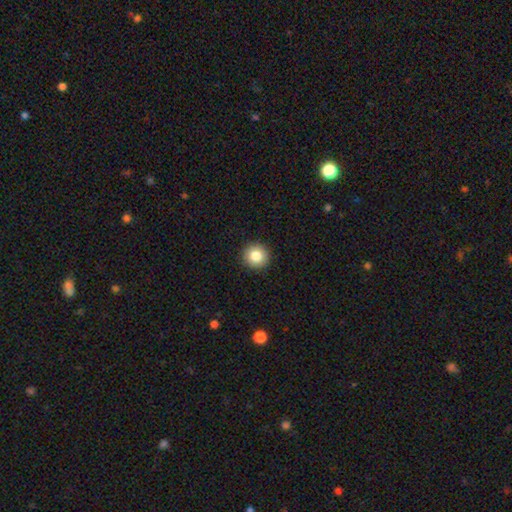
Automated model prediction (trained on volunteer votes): smooth_or_featured: smooth (p=0.83) [alt: star or artifact p=0.09]
how_rounded: round (p=0.95) [alt: in between p=0.05]
merging: none (p=0.93) [alt: minor disturbance p=0.05]